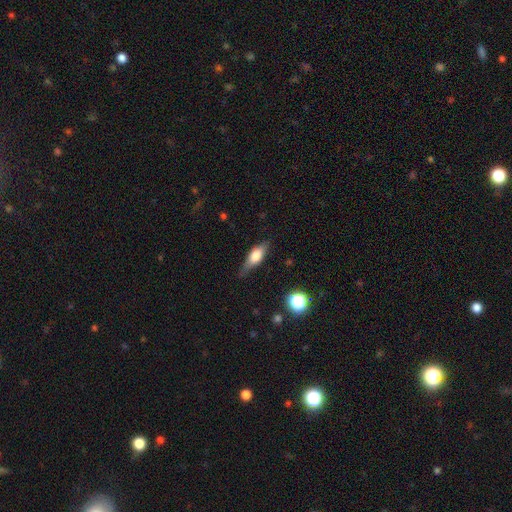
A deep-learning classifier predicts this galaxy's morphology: Q: Smooth or featured?
A: smooth (54%); runner-up: featured or disk (39%)
Q: How rounded?
A: in between (61%); runner-up: cigar-shaped (34%)
Q: Merging?
A: none (74%); runner-up: minor disturbance (20%)